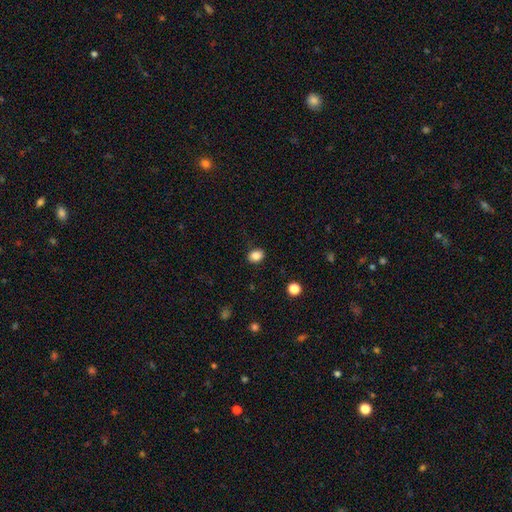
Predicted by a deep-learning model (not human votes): Smooth or featured?
  - smooth: 85% *
  - star or artifact: 10%
  - featured or disk: 5%
How rounded?
  - in between: 55% *
  - round: 44%
  - cigar-shaped: 1%
Merging?
  - none: 86% *
  - minor disturbance: 10%
  - major disturbance: 2%
  - merger: 1%